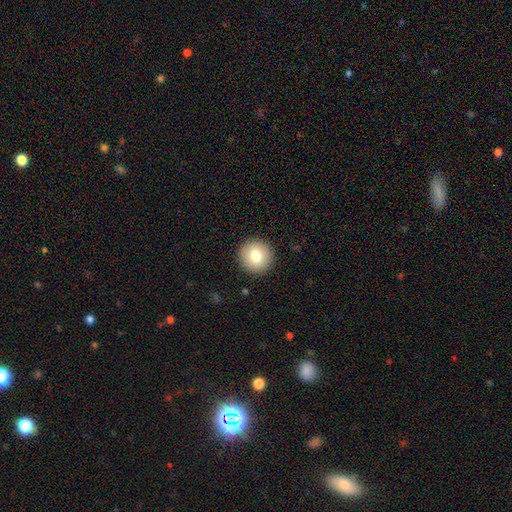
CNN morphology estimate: Overall: smooth (79%). How rounded: round (94%). Merging: none (92%).